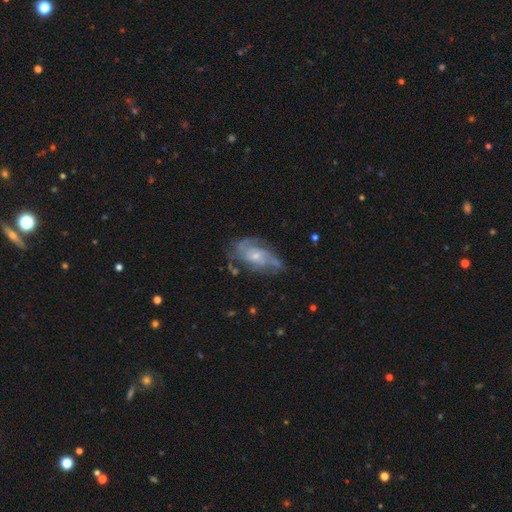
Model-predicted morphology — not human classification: Smooth or featured? featured or disk (78%)
Edge-on disk? no (96%)
Bar? no (66%)
Spiral arms? yes (87%)
Spiral winding? medium (44%)
Spiral arm count? 2 (37%)
Bulge size? small (63%)
Merging? none (57%)